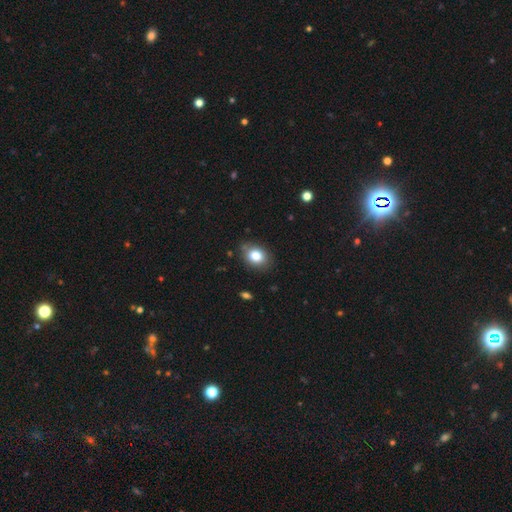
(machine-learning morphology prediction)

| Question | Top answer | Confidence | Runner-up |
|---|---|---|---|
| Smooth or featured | smooth | 82% | star or artifact (10%) |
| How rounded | in between | 59% | round (40%) |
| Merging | none | 81% | minor disturbance (14%) |